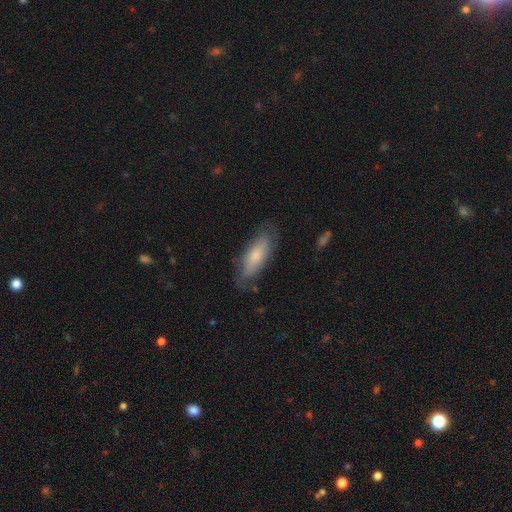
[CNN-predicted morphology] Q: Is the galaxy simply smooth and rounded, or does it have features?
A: smooth — 68%.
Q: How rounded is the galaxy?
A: in between — 65%.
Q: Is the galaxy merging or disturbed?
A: none — 72%.